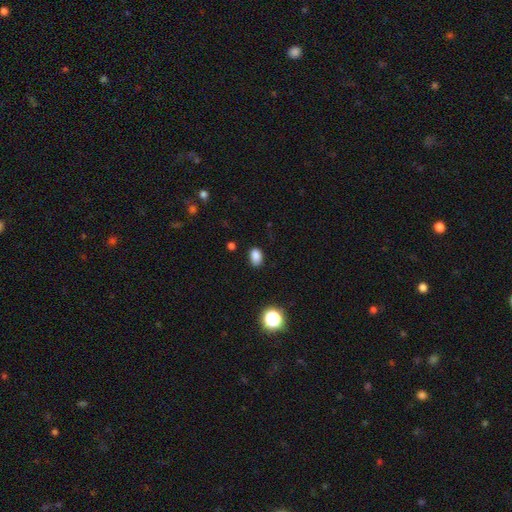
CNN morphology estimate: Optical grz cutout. It shows a smooth galaxy with no disk features (84%) that is in between round and cigar-shaped (81%). Merging: none (79%).